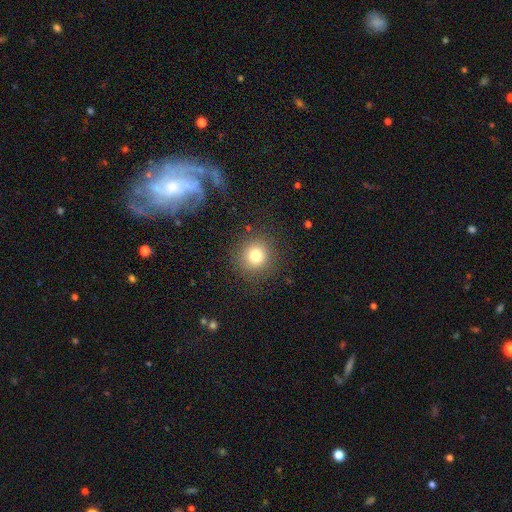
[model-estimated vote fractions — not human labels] This appears to be a smooth galaxy with no disk features (79%) that is round (92%). Merging: none (87%).